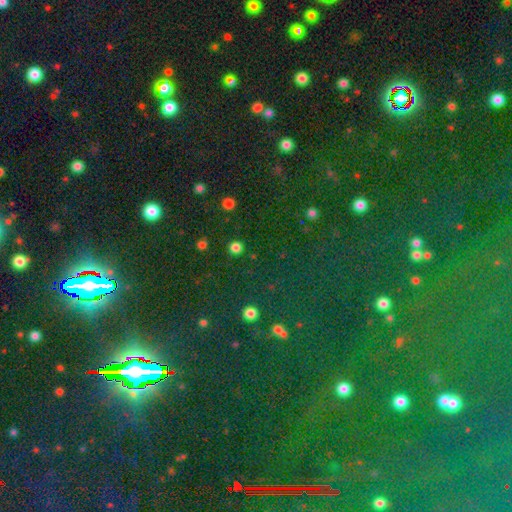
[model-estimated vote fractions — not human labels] Smooth or featured?
  - star or artifact: 79% *
  - smooth: 14%
  - featured or disk: 7%